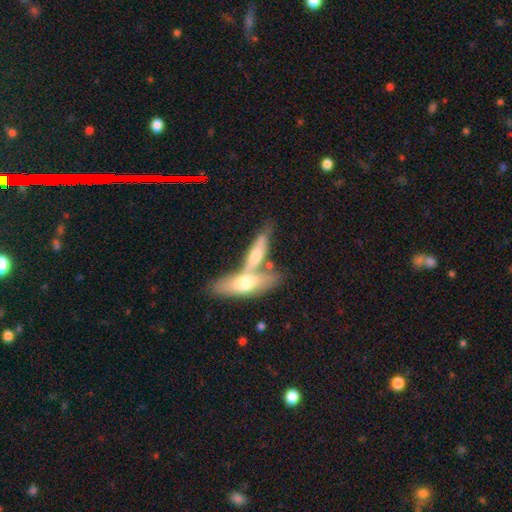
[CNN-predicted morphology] The model was most divided on "smooth or featured": smooth: 54%, featured or disk: 40%, star or artifact: 6%. More confident: how rounded — cigar-shaped (59%); merging — merger (58%).